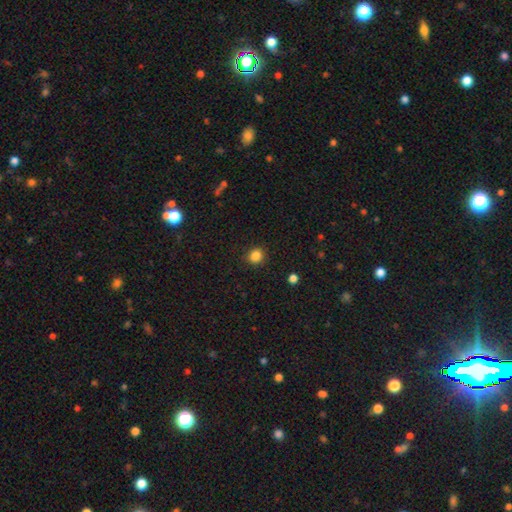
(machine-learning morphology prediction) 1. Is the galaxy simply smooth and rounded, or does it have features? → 85% smooth, 11% star or artifact, 3% featured or disk.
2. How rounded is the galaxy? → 85% round, 14% in between, 1% cigar-shaped.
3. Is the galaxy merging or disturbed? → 90% none, 6% minor disturbance, 2% major disturbance, 1% merger.